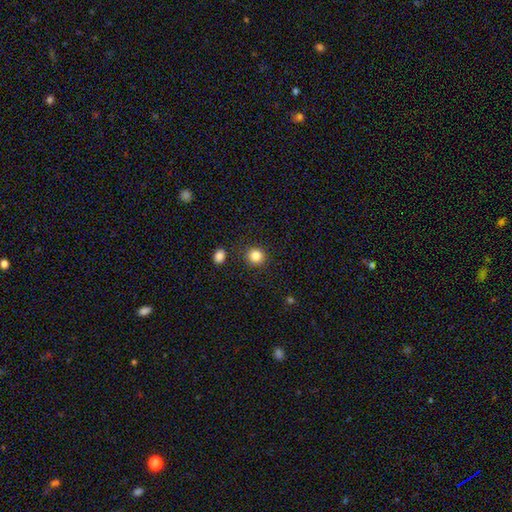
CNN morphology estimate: This is clearly a smooth galaxy (85%). How rounded: clearly round (89%). Merging: clearly none (87%).